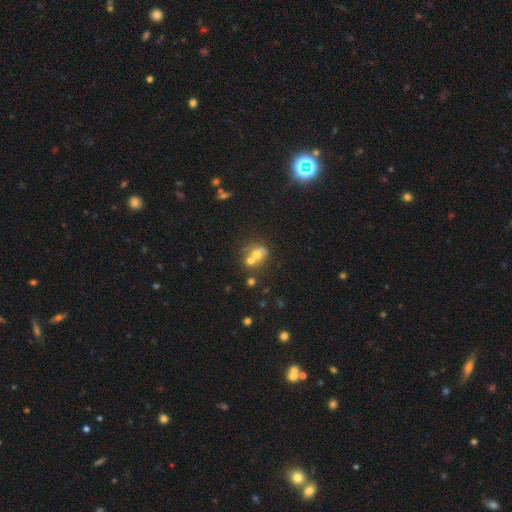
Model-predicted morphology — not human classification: Smooth or featured? Predicted: smooth (p=0.60). How rounded? Predicted: round (p=0.67). Merging? Predicted: merger (p=0.53).